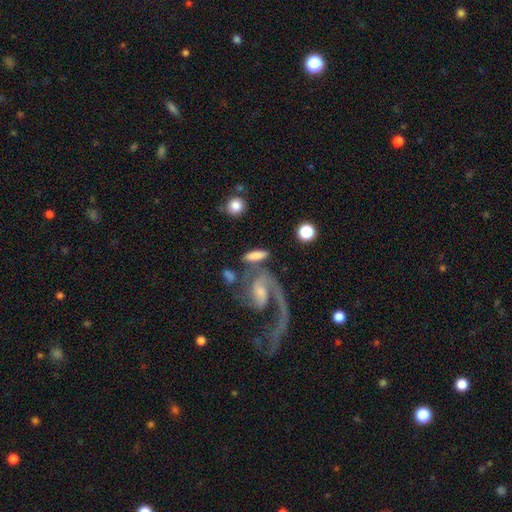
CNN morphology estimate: Smooth or featured? Predicted: smooth (p=0.59). How rounded? Predicted: in between (p=0.56). Merging? Predicted: none (p=0.51).